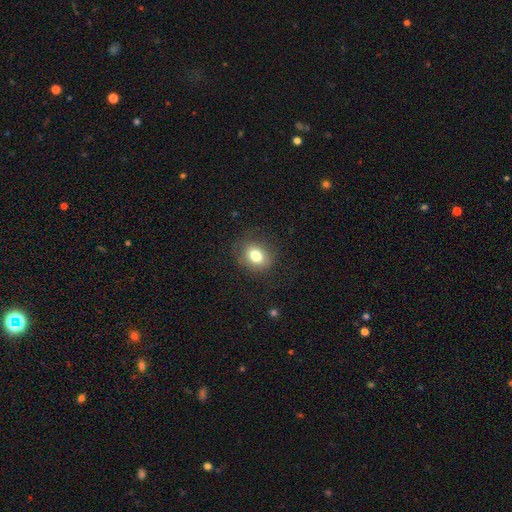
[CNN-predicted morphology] Overall: smooth (78%). How rounded: in between (50%; round 49%). Merging: none (82%).